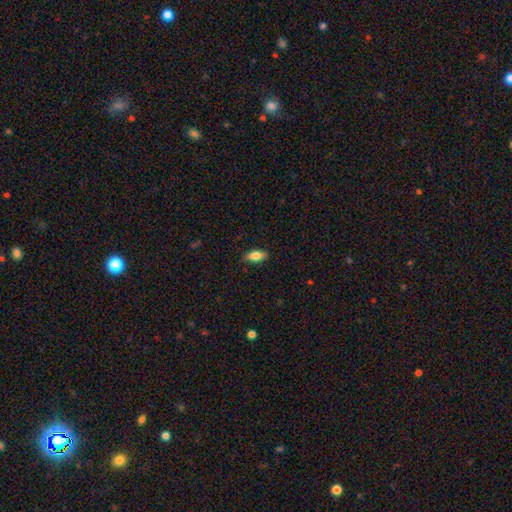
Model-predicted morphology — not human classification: A smooth galaxy with no disk features (77%) that is in between round and cigar-shaped (84%).

Vote fractions:
- Smooth or featured? smooth: 77% / featured or disk: 15% / star or artifact: 7%
- How rounded? in between: 84% / cigar-shaped: 13% / round: 3%
- Merging? none: 80% / minor disturbance: 16% / major disturbance: 3% / merger: 1%